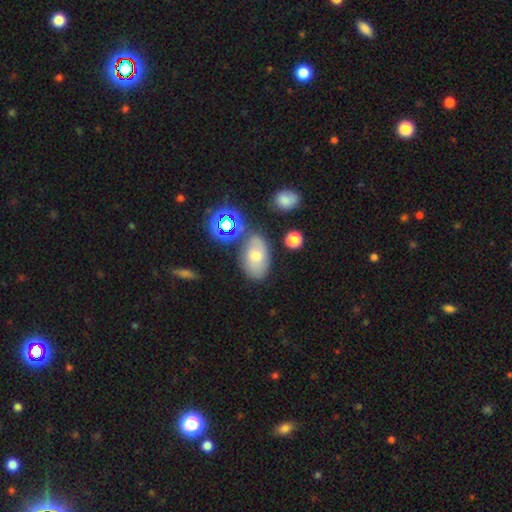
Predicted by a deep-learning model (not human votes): Morphology: type=smooth (58%); roundness=in between (87%); merging=none (65%).